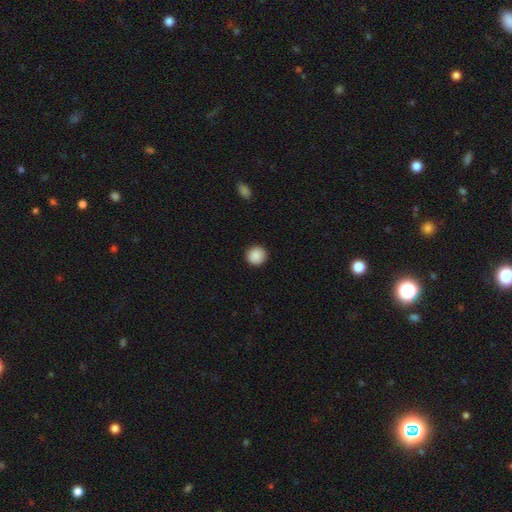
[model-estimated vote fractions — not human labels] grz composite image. It shows a smooth galaxy with no disk features (90%) that is round (93%). Merging: none (92%).